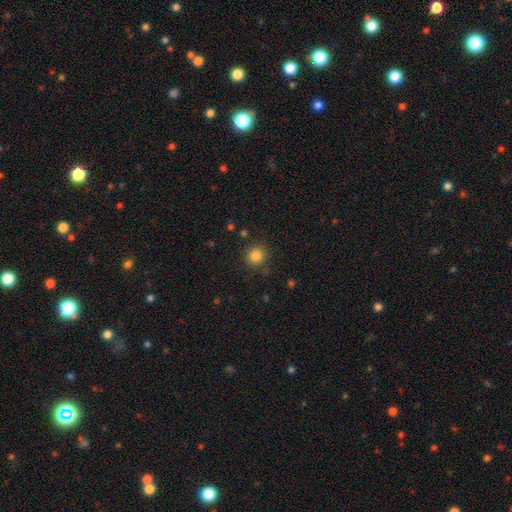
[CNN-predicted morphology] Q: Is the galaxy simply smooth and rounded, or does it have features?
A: smooth — 84%.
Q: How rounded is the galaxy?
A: round — 91%.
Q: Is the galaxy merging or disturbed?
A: none — 86%.